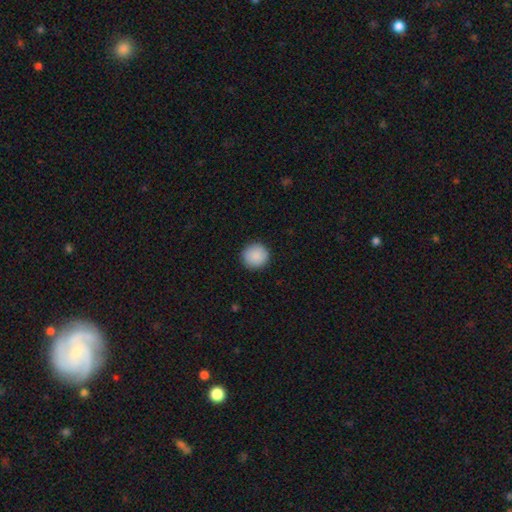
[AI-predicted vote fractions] Smooth or featured?
  - smooth: 90% *
  - star or artifact: 7%
  - featured or disk: 3%
How rounded?
  - round: 95% *
  - in between: 4%
  - cigar-shaped: 1%
Merging?
  - none: 92% *
  - minor disturbance: 6%
  - major disturbance: 2%
  - merger: 1%